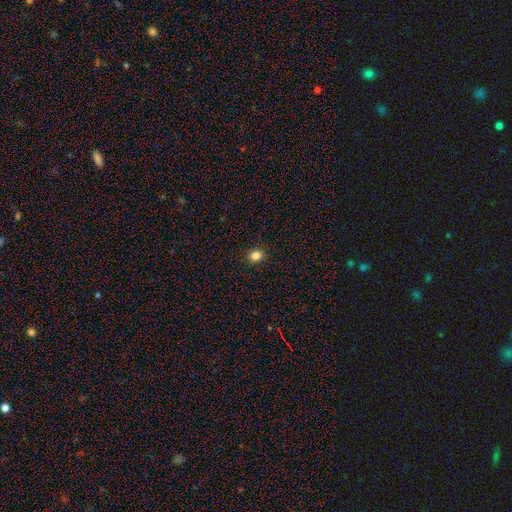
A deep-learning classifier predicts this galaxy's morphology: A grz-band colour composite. It shows a smooth galaxy with no disk features (83%) that is round (77%). Merging: none (92%).